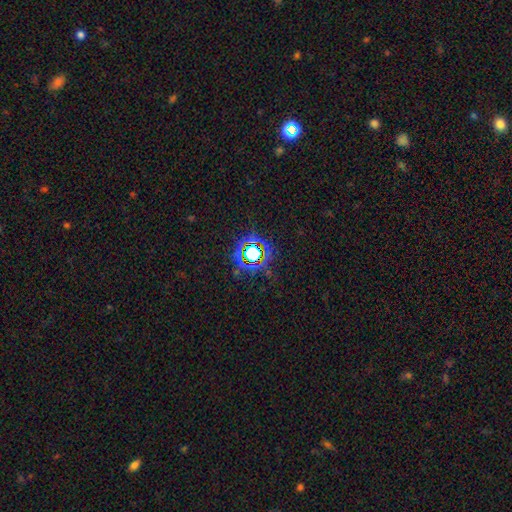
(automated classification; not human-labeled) smooth-or-featured: star or artifact: 70% | smooth: 19% | featured or disk: 10%